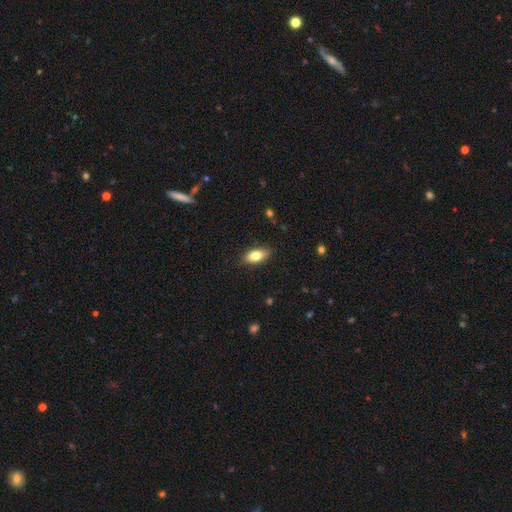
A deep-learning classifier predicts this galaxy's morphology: smooth_or_featured: smooth (p=0.78) [alt: featured or disk p=0.15]
how_rounded: in between (p=0.86) [alt: cigar-shaped p=0.09]
merging: none (p=0.86) [alt: minor disturbance p=0.11]